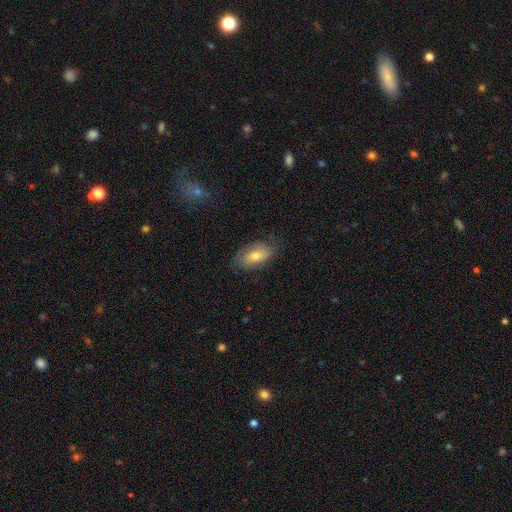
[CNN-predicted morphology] smooth-or-featured: smooth: 62% | featured or disk: 30% | star or artifact: 8%
  how-rounded: in between: 91% | cigar-shaped: 5% | round: 4%
  merging: none: 75% | minor disturbance: 19% | major disturbance: 5% | merger: 1%